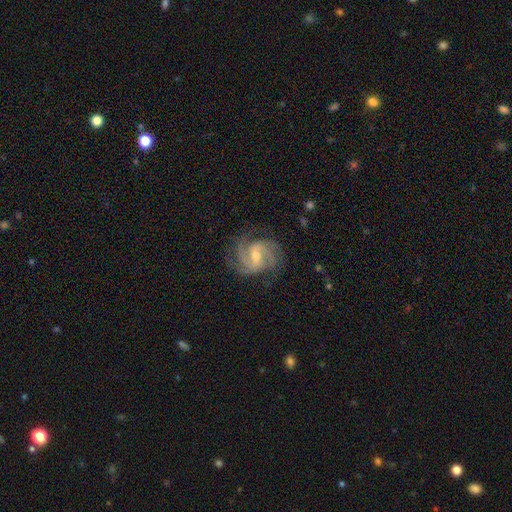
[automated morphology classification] This is clearly a featured or disk galaxy (91%). It is clearly not viewed edge-on (98%). Bar: possibly weak (54%). Spiral arm pattern: clearly yes (98%). Spiral arm count: possibly 3 (48%). Spiral winding: possibly medium (50%). Central bulge: possibly small (48%, tied with moderate). Merging: likely none (76%).